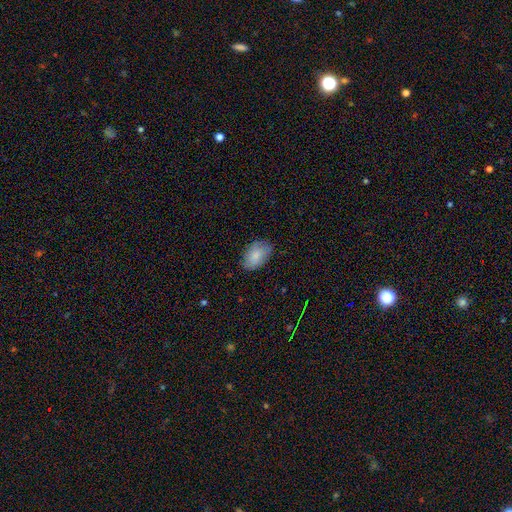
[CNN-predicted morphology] smooth_or_featured: smooth (p=0.78) [alt: featured or disk p=0.15]
how_rounded: in between (p=0.90) [alt: round p=0.08]
merging: none (p=0.77) [alt: minor disturbance p=0.19]